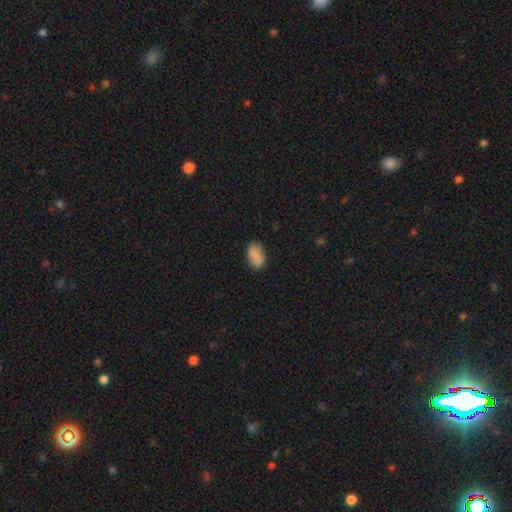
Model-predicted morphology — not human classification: smooth-or-featured: smooth: 84% | featured or disk: 9% | star or artifact: 8%
  how-rounded: in between: 91% | round: 7% | cigar-shaped: 2%
  merging: none: 81% | minor disturbance: 15% | major disturbance: 3% | merger: 1%